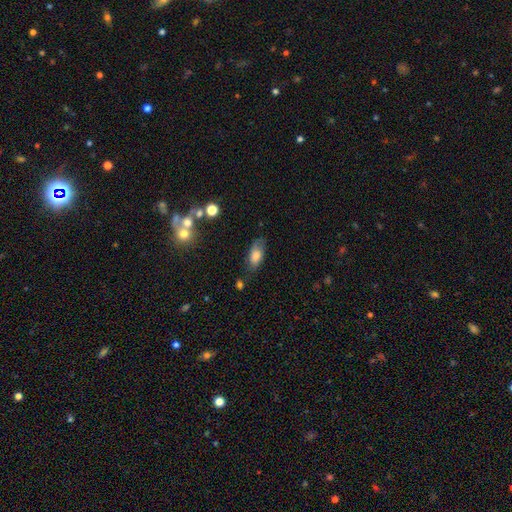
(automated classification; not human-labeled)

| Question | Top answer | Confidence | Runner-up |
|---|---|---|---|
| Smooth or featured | smooth | 74% | featured or disk (18%) |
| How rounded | in between | 87% | cigar-shaped (9%) |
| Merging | none | 66% | minor disturbance (24%) |